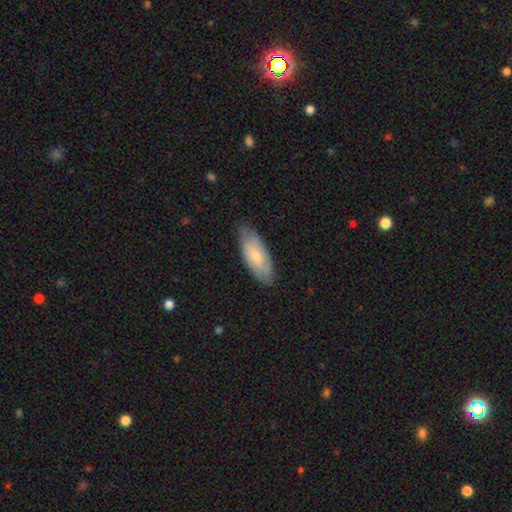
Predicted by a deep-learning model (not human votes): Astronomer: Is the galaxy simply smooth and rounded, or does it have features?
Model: smooth — 69%.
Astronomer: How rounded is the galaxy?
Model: in between — 81%.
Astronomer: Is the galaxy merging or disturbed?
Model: none — 74%.